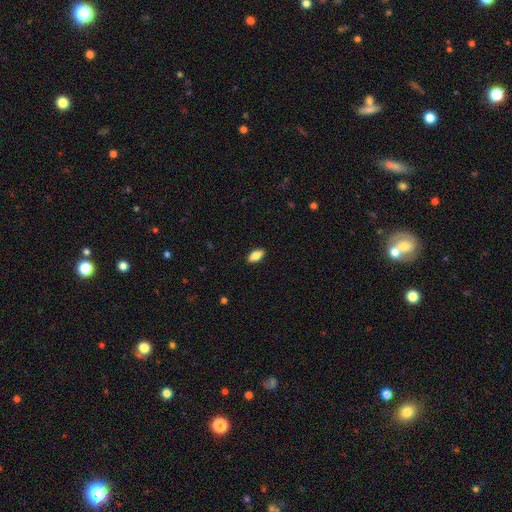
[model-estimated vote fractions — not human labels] Smooth or featured?
  - smooth: 78% *
  - featured or disk: 15%
  - star or artifact: 7%
How rounded?
  - in between: 85% *
  - cigar-shaped: 13%
  - round: 3%
Merging?
  - none: 89% *
  - minor disturbance: 8%
  - major disturbance: 2%
  - merger: 1%